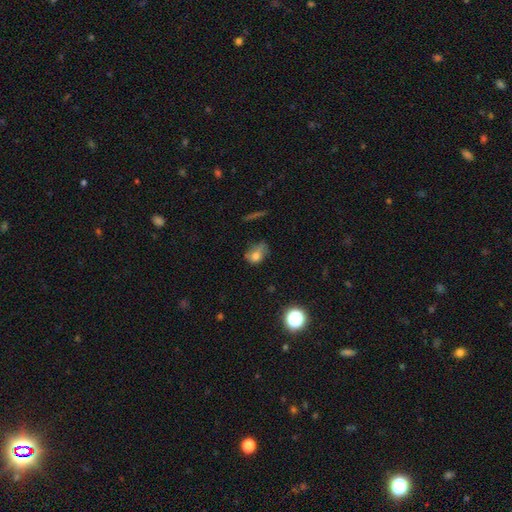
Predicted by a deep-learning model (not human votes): This appears to be a smooth galaxy with no disk features (69%) that is in between round and cigar-shaped (65%). Merging: none (36%).